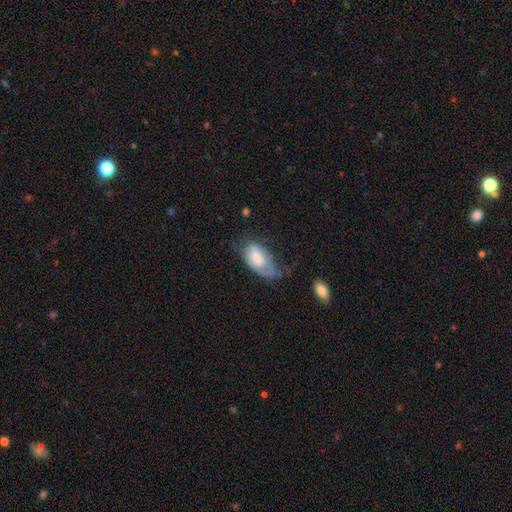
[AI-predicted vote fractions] smooth_or_featured: smooth (p=0.69) [alt: featured or disk p=0.24]
how_rounded: in between (p=0.93) [alt: cigar-shaped p=0.03]
merging: minor disturbance (p=0.37) [alt: none p=0.34]